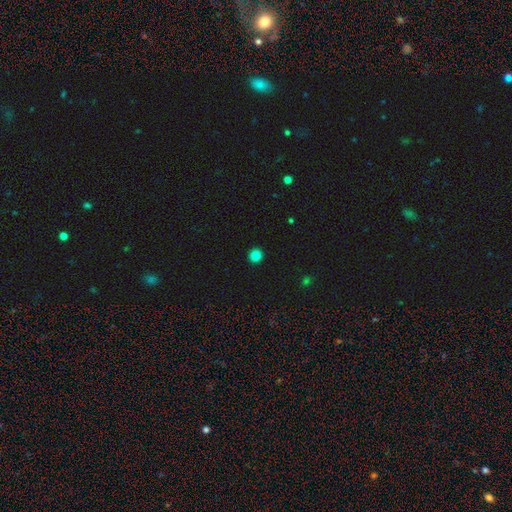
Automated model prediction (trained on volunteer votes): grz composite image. It shows a smooth galaxy with no disk features (85%) that is round (94%). Merging: none (93%).